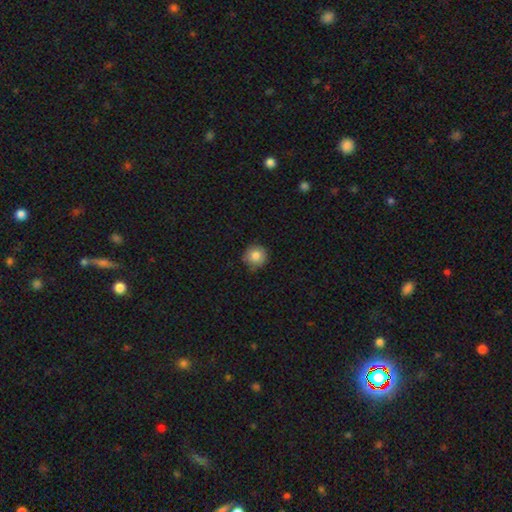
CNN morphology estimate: smooth 82%, star or artifact 10%, featured or disk 8%. Down the decision tree: how rounded — round (94%); merging — none (85%).